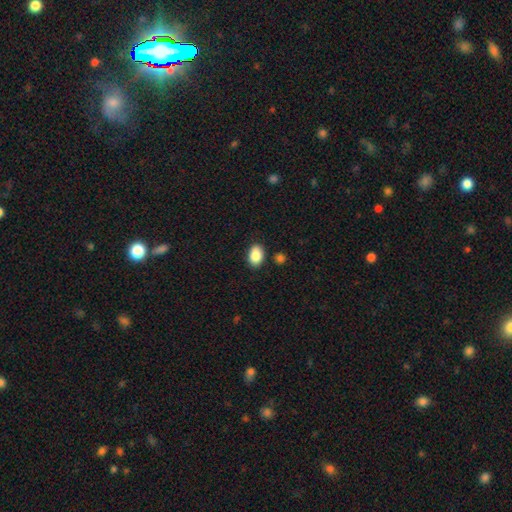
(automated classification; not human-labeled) A smooth galaxy with no disk features (88%) that is in between round and cigar-shaped (83%).

Vote fractions:
- Smooth or featured? smooth: 88% / star or artifact: 8% / featured or disk: 4%
- How rounded? in between: 83% / round: 16% / cigar-shaped: 1%
- Merging? none: 84% / minor disturbance: 10% / merger: 3% / major disturbance: 2%